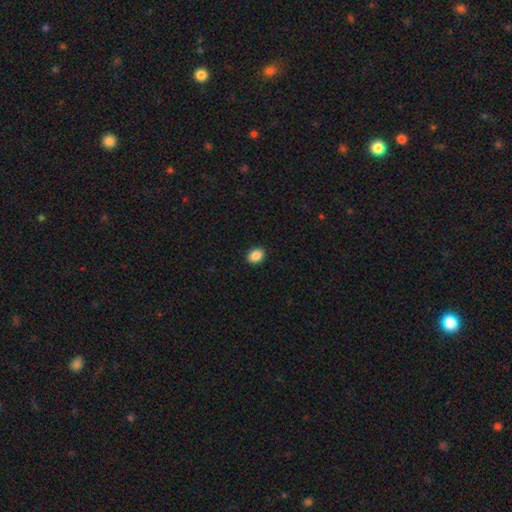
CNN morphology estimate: Smooth or featured? smooth (89%)
How rounded? in between (73%)
Merging? none (91%)